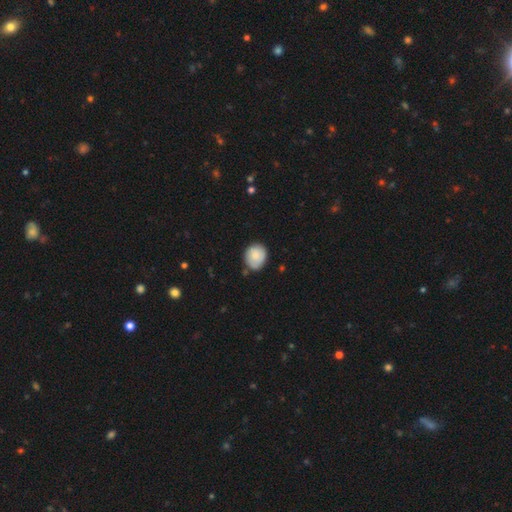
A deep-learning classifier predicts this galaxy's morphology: smooth-or-featured: smooth: 81% | featured or disk: 12% | star or artifact: 7%
  how-rounded: round: 69% | in between: 30% | cigar-shaped: 1%
  merging: none: 70% | minor disturbance: 23% | major disturbance: 4% | merger: 3%